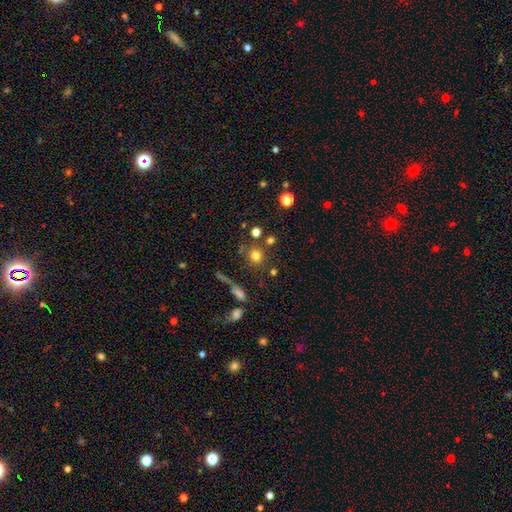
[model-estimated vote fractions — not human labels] Smooth or featured?
  - smooth: 76% *
  - star or artifact: 15%
  - featured or disk: 9%
How rounded?
  - round: 88% *
  - in between: 11%
  - cigar-shaped: 1%
Merging?
  - none: 74% *
  - merger: 11%
  - minor disturbance: 9%
  - major disturbance: 5%